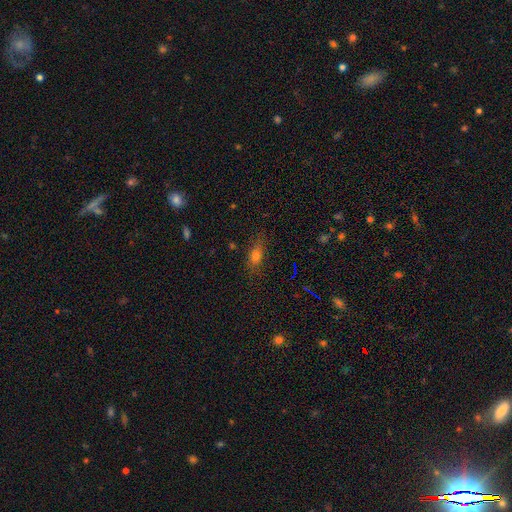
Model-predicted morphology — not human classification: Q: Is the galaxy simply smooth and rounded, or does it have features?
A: smooth — 68%.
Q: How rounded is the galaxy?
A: in between — 67%.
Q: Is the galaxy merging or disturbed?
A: none — 76%.